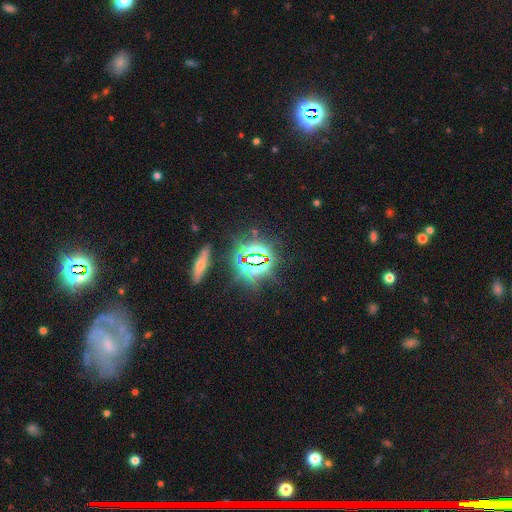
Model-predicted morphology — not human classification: Smooth or featured: star or artifact — 77% (smooth — 13%)